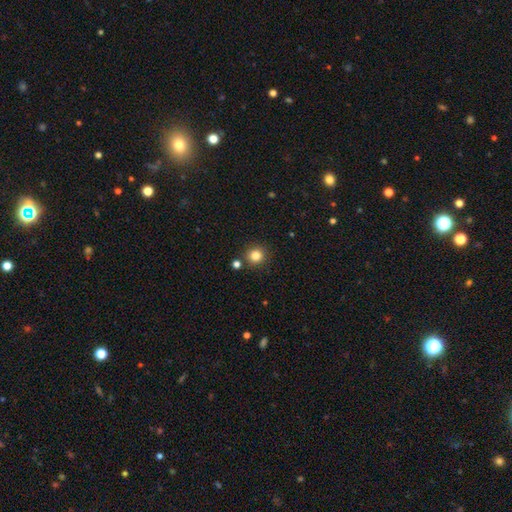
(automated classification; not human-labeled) Smooth or featured?
  - smooth: 83% *
  - star or artifact: 12%
  - featured or disk: 5%
How rounded?
  - round: 92% *
  - in between: 7%
  - cigar-shaped: 1%
Merging?
  - none: 87% *
  - minor disturbance: 6%
  - merger: 5%
  - major disturbance: 2%